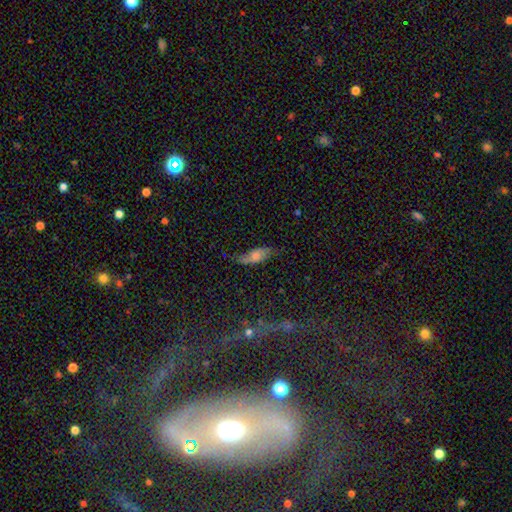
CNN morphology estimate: smooth-or-featured: smooth: 49% | featured or disk: 41% | star or artifact: 10%
  merging: none: 62% | minor disturbance: 26% | major disturbance: 9% | merger: 3%